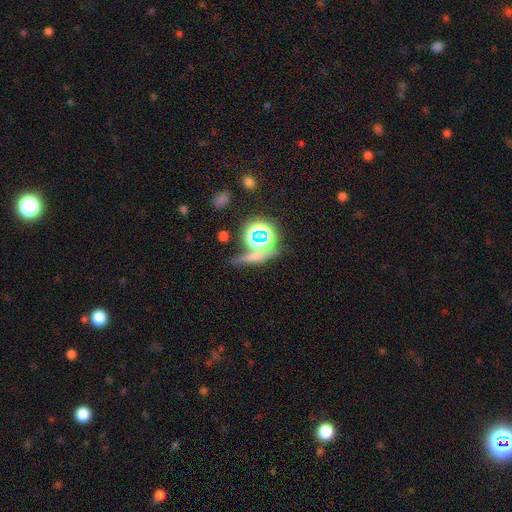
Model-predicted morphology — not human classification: A star or artifact, not a galaxy (43%).

Vote fractions:
- Smooth or featured? star or artifact: 43% / smooth: 40% / featured or disk: 17%